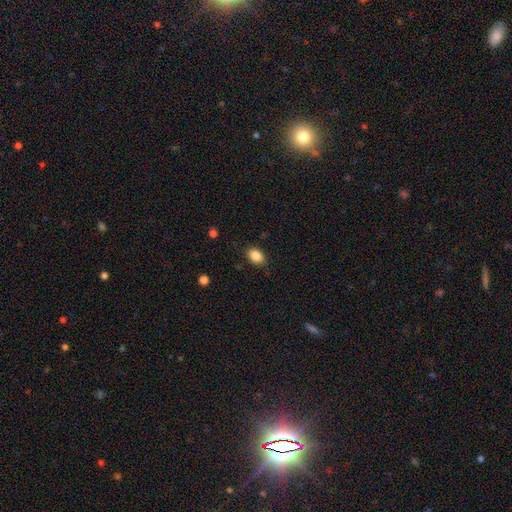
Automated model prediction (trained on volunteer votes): Q: Smooth or featured?
A: smooth (87%); runner-up: star or artifact (9%)
Q: How rounded?
A: in between (80%); runner-up: round (19%)
Q: Merging?
A: none (84%); runner-up: minor disturbance (12%)